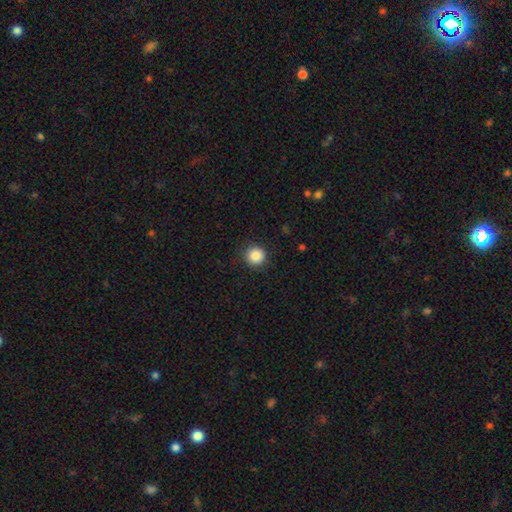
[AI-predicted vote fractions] A smooth galaxy with no disk features (87%) that is round (95%). Merging: none (90%).